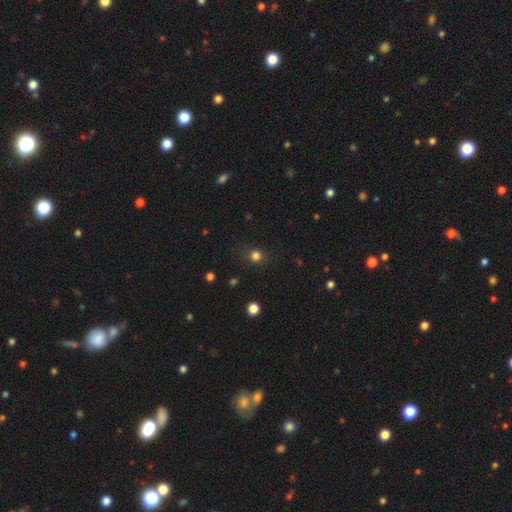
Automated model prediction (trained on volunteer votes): Overall: smooth (79%). How rounded: round (86%). Merging: none (82%).